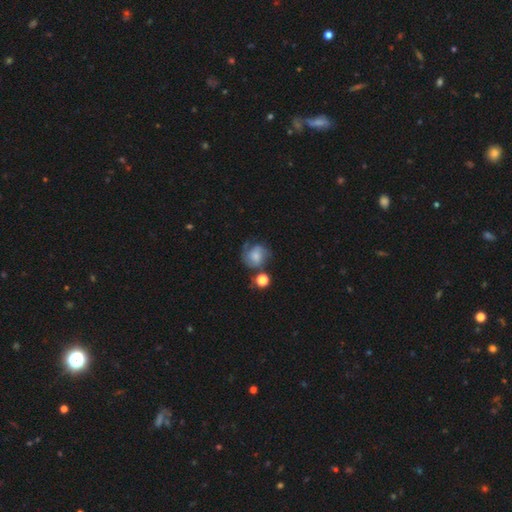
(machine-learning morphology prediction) This is possibly a featured or disk galaxy (58%). It is clearly not viewed edge-on (98%). Bar: likely no (66%). Spiral arm pattern: clearly yes (90%). Spiral arm count: likely 2 (67%). Spiral winding: possibly medium (45%). Central bulge: marginally small (41%). Merging: possibly none (55%).